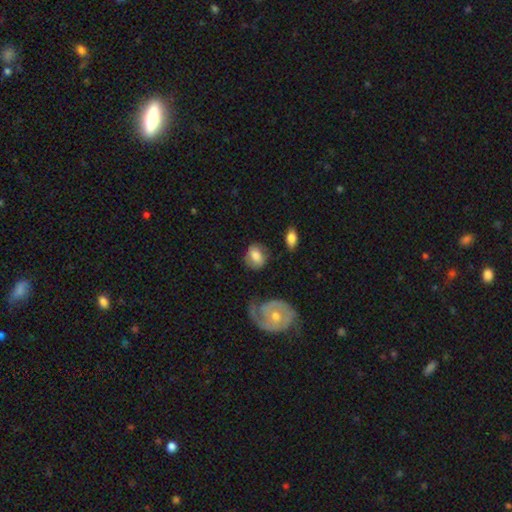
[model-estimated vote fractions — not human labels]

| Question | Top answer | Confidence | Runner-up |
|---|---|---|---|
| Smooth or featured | smooth | 67% | featured or disk (26%) |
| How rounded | round | 51% | in between (48%) |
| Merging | none | 67% | minor disturbance (20%) |